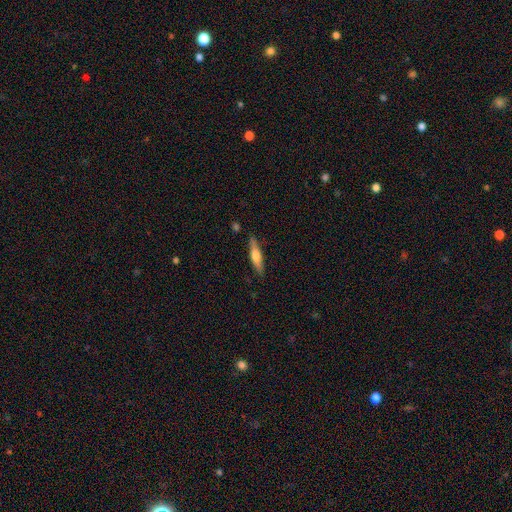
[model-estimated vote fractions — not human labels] smooth_or_featured: smooth (p=0.47) [tied with: featured or disk p=0.47]
merging: none (p=0.85) [alt: minor disturbance p=0.11]